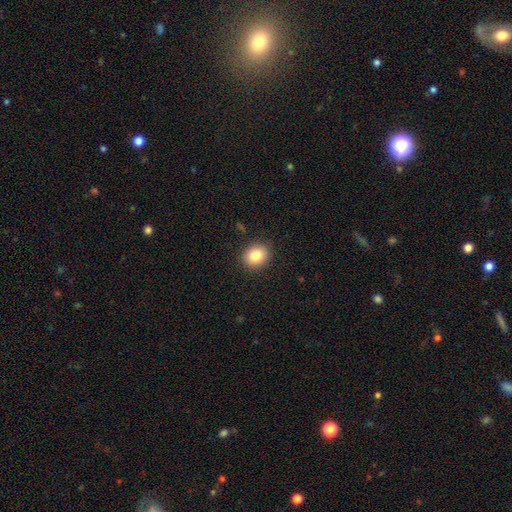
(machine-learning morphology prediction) A smooth galaxy with no disk features (84%) that is round (65%).

Vote fractions:
- Smooth or featured? smooth: 84% / star or artifact: 10% / featured or disk: 7%
- How rounded? round: 65% / in between: 34% / cigar-shaped: 1%
- Merging? none: 89% / minor disturbance: 8% / major disturbance: 2% / merger: 1%